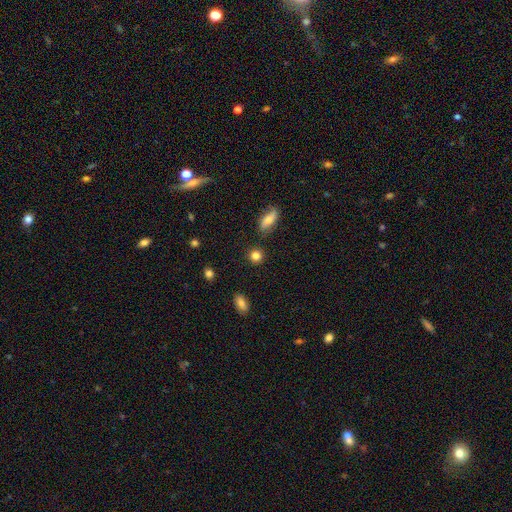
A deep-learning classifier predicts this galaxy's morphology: This appears to be a smooth galaxy with no disk features (84%) that is round (88%). Merging: none (85%).